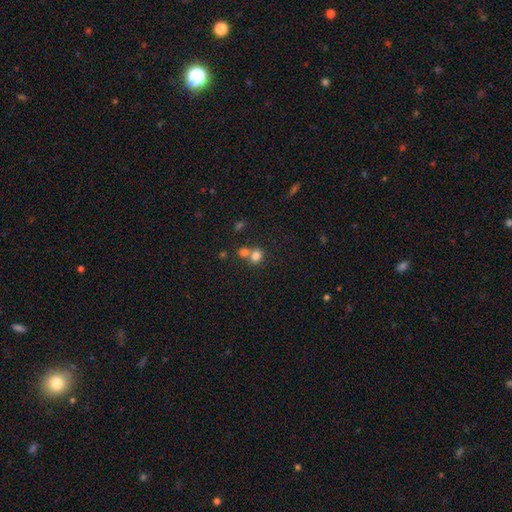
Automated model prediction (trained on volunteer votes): smooth-or-featured: smooth: 79% | star or artifact: 12% | featured or disk: 9%
  how-rounded: round: 73% | in between: 26% | cigar-shaped: 1%
  merging: merger: 48% | none: 42% | minor disturbance: 7% | major disturbance: 3%